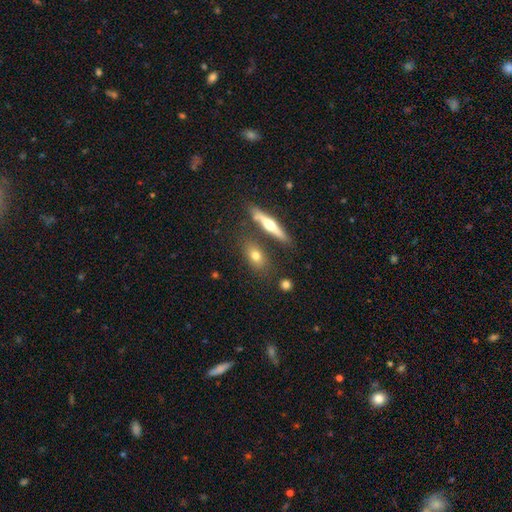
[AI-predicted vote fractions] Smooth or featured: smooth — 64% (featured or disk — 27%)
How rounded: in between — 64% (cigar-shaped — 21%)
Merging: none — 72% (minor disturbance — 12%)